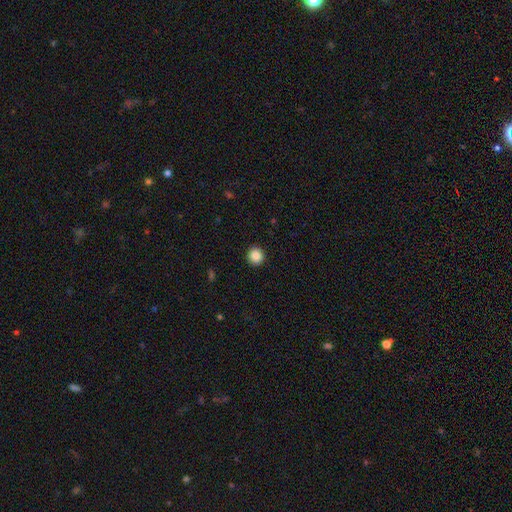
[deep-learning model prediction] Smooth or featured? Predicted: smooth (p=0.87). How rounded? Predicted: round (p=0.92). Merging? Predicted: none (p=0.93).